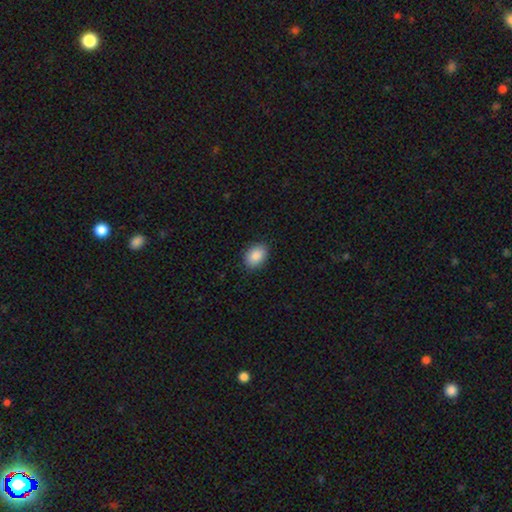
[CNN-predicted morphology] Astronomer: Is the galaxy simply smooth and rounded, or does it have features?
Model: smooth — 89%.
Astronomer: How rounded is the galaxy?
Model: in between — 80%.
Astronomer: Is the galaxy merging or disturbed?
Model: none — 88%.